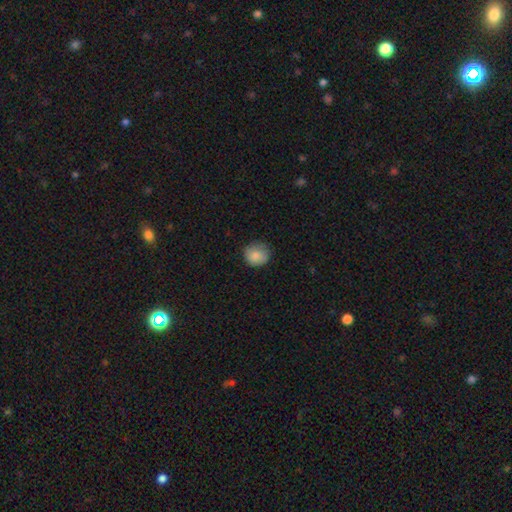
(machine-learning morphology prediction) The model was most divided on "merging": none: 72%, minor disturbance: 22%, major disturbance: 5%, merger: 1%. More confident: how rounded — round (85%); smooth or featured — smooth (85%).